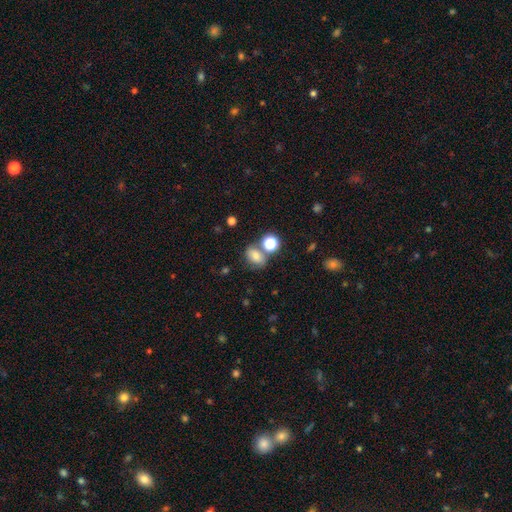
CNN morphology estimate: Smooth or featured? smooth (68%)
How rounded? in between (61%)
Merging? none (54%)